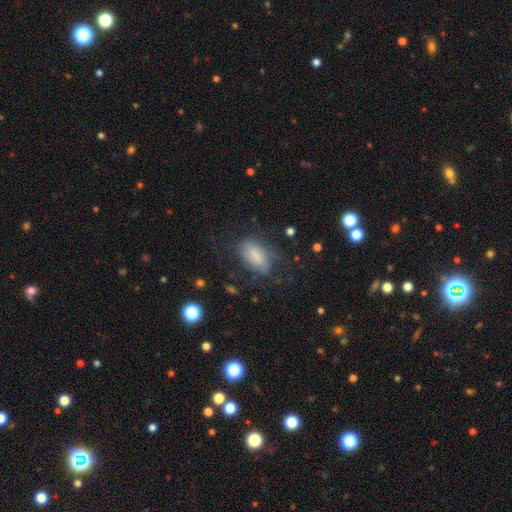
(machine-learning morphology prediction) The model was most divided on "smooth or featured": smooth: 46%, featured or disk: 44%, star or artifact: 10%. More confident: merging — none (54%).